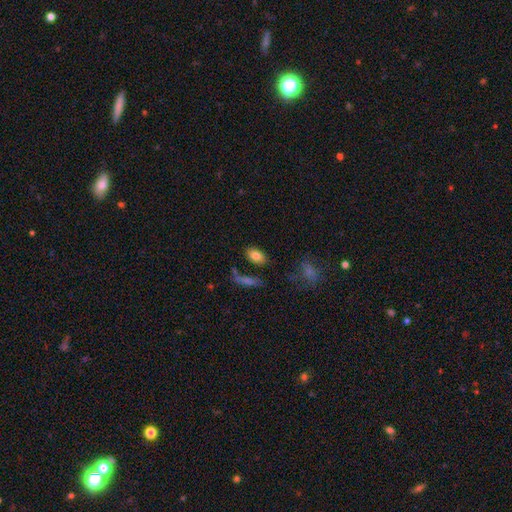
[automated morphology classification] This is clearly a smooth galaxy (83%). How rounded: clearly in between (88%). Merging: likely none (80%).